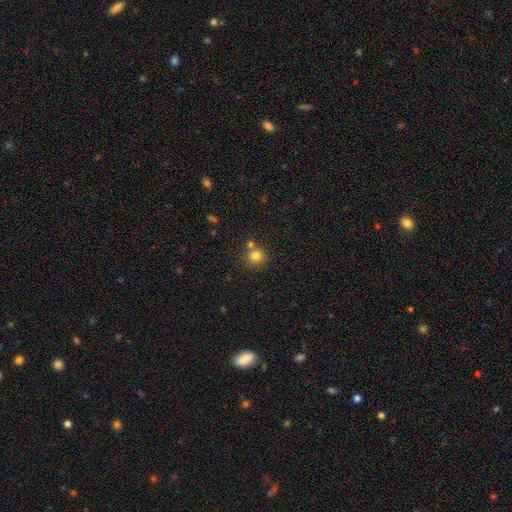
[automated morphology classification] This appears to be a smooth galaxy with no disk features (80%) that is round (91%). Merging: none (70%).